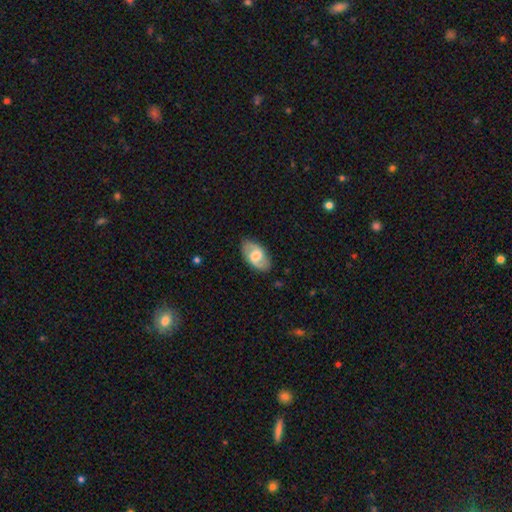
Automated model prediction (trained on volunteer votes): This is possibly a featured or disk galaxy (59%). It is clearly not viewed edge-on (93%). Bar: possibly weak (45%). Spiral arm pattern: likely yes (74%). Central bulge: possibly moderate (50%). Merging: clearly none (84%).